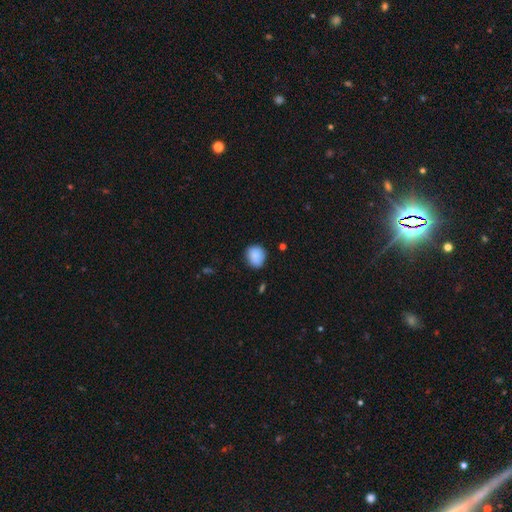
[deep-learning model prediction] Smooth or featured: smooth — 85% (star or artifact — 8%)
How rounded: round — 67% (in between — 32%)
Merging: none — 75% (minor disturbance — 19%)